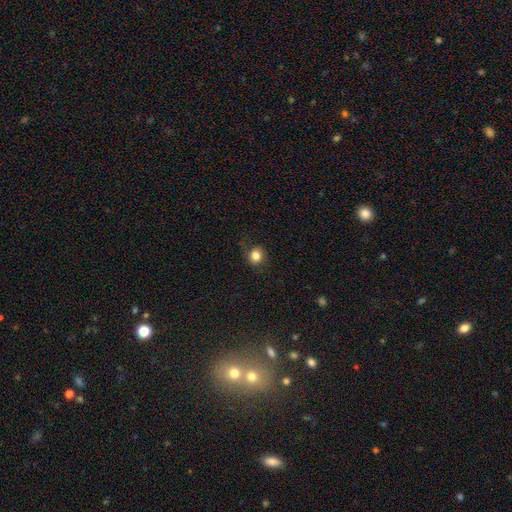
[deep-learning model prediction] Morphology: type=smooth (82%); roundness=round (80%); merging=none (82%).